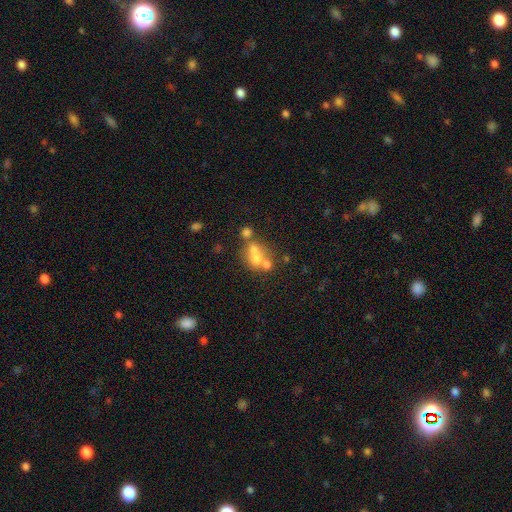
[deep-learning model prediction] smooth 55%, featured or disk 29%, star or artifact 16%. Down the decision tree: how rounded — round (61%); merging — merger (49%).